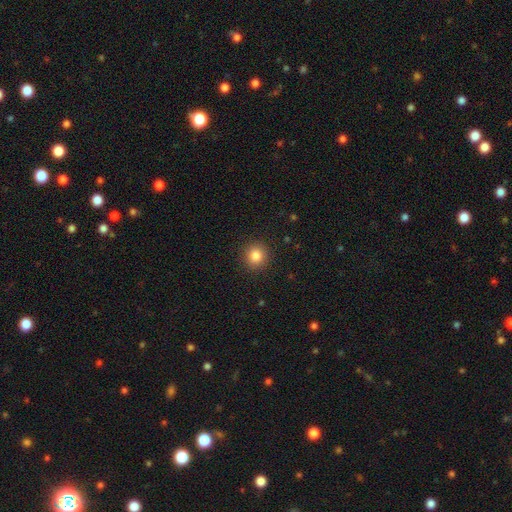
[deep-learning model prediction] This appears to be a smooth galaxy with no disk features (85%) that is round (92%). Merging: none (91%).